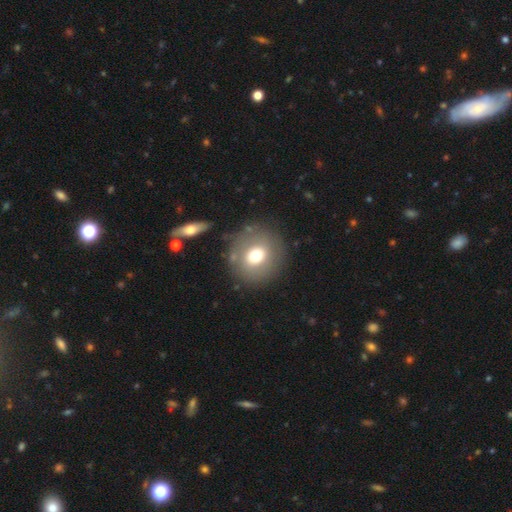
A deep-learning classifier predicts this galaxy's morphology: Smooth or featured? smooth (68%)
How rounded? round (87%)
Merging? none (81%)